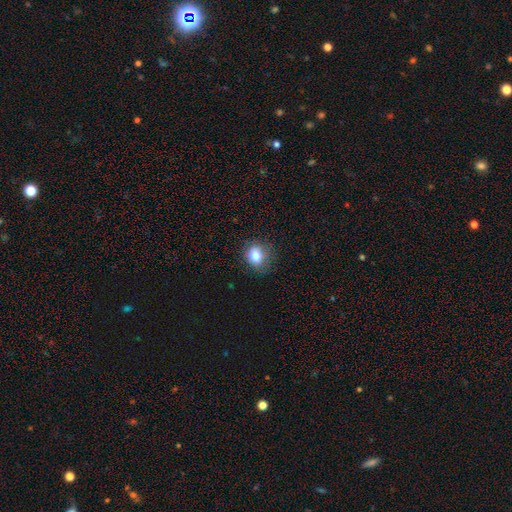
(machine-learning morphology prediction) type=smooth (79%); roundness=round (66%); merging=none (77%).